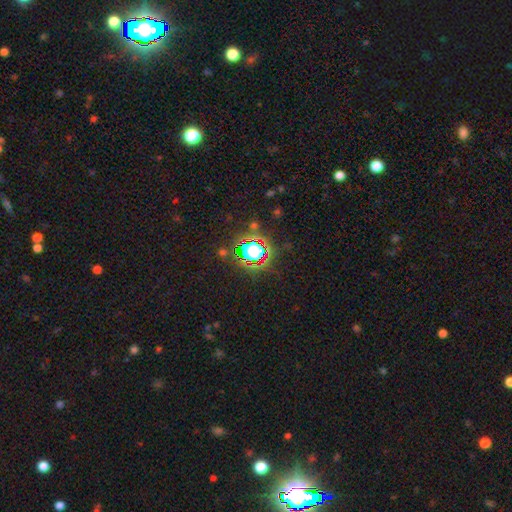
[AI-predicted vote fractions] Smooth or featured? Predicted: star or artifact (p=0.64).